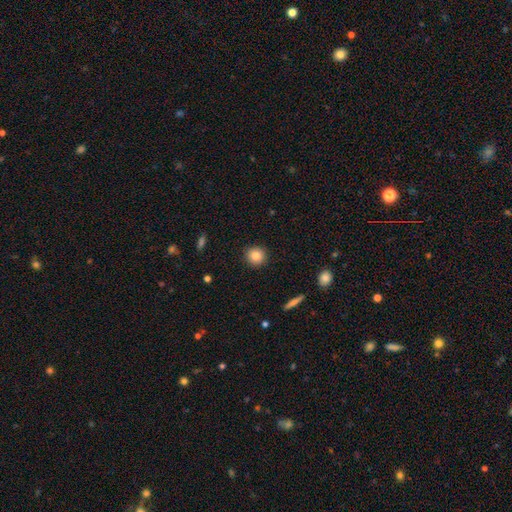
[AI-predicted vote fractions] Morphology: type=smooth (84%); roundness=round (92%); merging=none (92%).